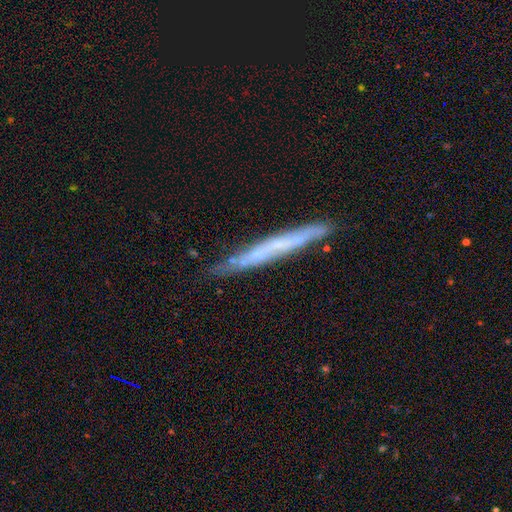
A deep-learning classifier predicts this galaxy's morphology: Q: Smooth or featured?
A: featured or disk (48%); runner-up: smooth (43%)
Q: Merging?
A: none (79%); runner-up: minor disturbance (14%)